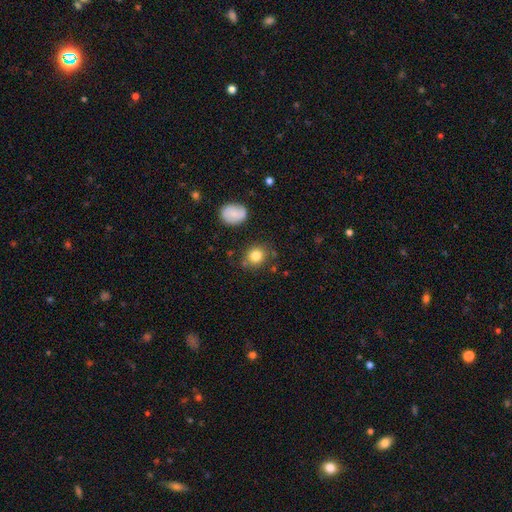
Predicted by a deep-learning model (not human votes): smooth_or_featured: smooth (p=0.82) [alt: star or artifact p=0.10]
how_rounded: round (p=0.72) [alt: in between p=0.27]
merging: none (p=0.78) [alt: minor disturbance p=0.15]